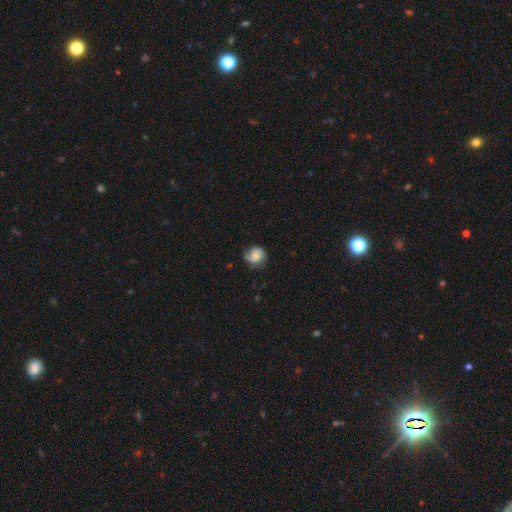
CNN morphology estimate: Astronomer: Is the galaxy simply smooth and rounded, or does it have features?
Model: smooth — 55% (runner-up: featured or disk, 37%).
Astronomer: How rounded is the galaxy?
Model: round — 77%.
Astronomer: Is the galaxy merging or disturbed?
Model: none — 59%.